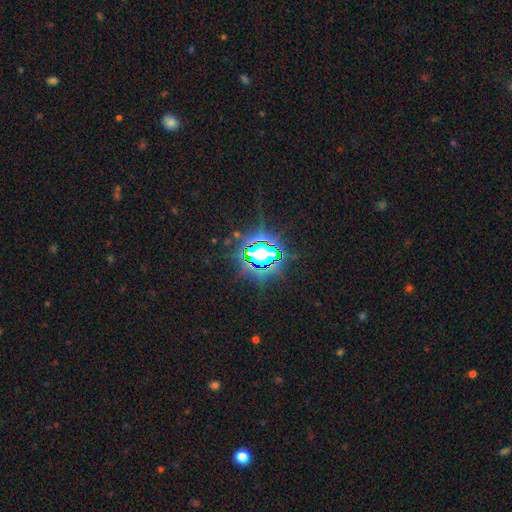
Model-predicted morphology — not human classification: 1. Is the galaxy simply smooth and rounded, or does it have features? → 84% star or artifact, 10% smooth, 6% featured or disk.